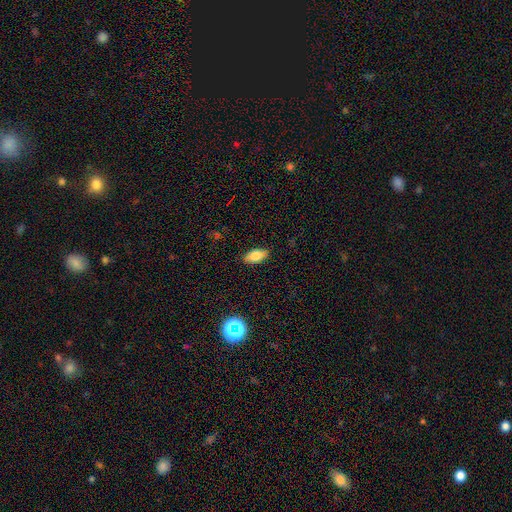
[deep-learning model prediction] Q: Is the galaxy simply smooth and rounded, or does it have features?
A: smooth — 79%.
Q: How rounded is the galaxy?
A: in between — 89%.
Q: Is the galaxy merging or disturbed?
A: none — 87%.